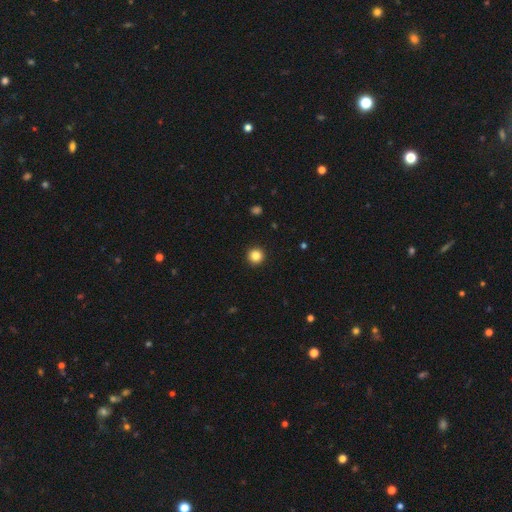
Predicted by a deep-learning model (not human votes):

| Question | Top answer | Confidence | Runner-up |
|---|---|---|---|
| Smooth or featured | smooth | 85% | star or artifact (11%) |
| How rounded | round | 96% | in between (3%) |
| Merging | none | 94% | minor disturbance (4%) |